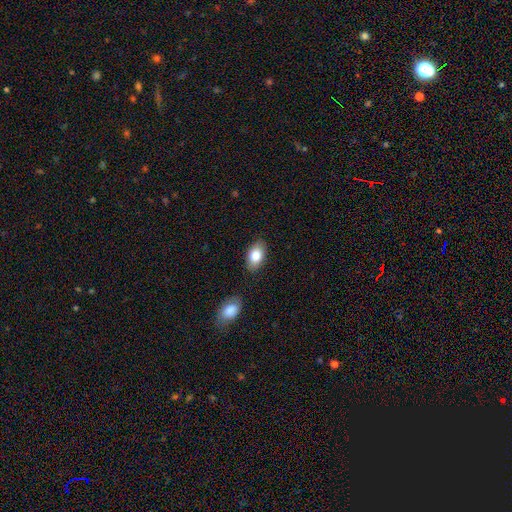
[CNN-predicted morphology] Smooth or featured?
  - smooth: 81% *
  - featured or disk: 12%
  - star or artifact: 7%
How rounded?
  - in between: 90% *
  - round: 9%
  - cigar-shaped: 2%
Merging?
  - none: 84% *
  - minor disturbance: 11%
  - merger: 2%
  - major disturbance: 2%